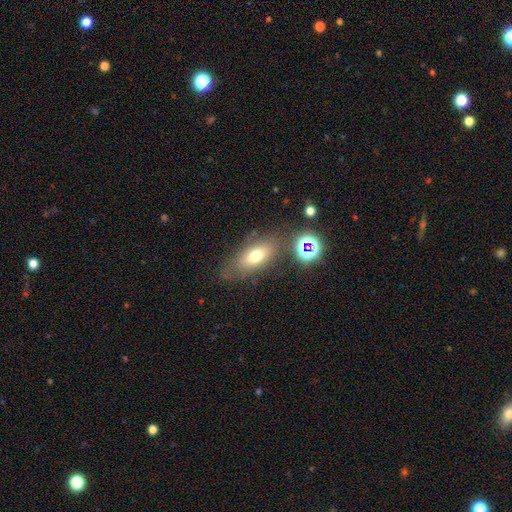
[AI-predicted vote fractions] A smooth galaxy with no disk features (68%) that is in between round and cigar-shaped (78%). Merging: none (68%).